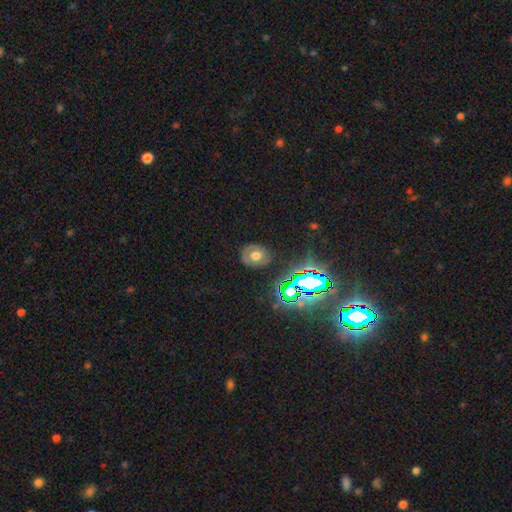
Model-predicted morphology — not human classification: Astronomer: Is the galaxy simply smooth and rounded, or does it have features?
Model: smooth — 47% (runner-up: featured or disk, 32%).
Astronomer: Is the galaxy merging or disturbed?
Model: none — 80%.